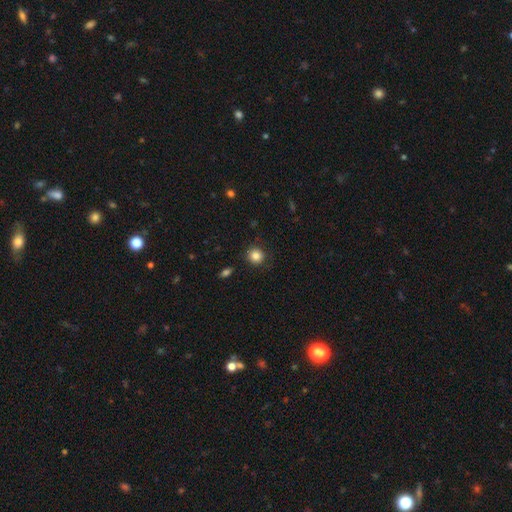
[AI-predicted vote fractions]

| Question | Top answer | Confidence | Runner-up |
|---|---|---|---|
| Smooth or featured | smooth | 84% | star or artifact (10%) |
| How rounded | round | 91% | in between (8%) |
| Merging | none | 87% | minor disturbance (9%) |